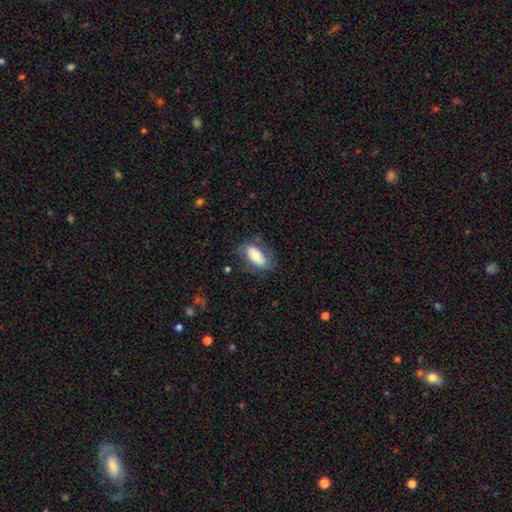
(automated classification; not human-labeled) Overall: smooth (61%; featured or disk 33%). How rounded: in between (90%). Merging: none (69%).